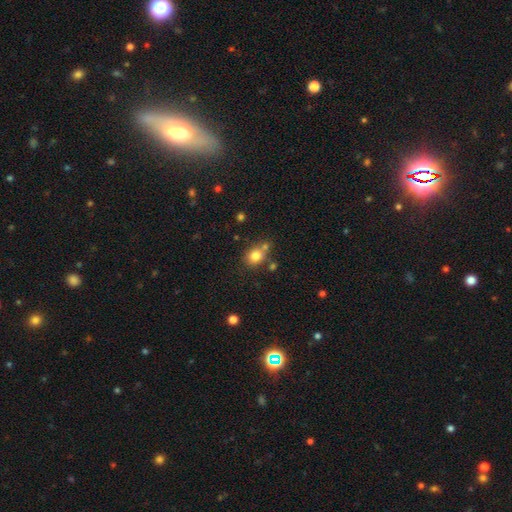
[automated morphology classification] This appears to be a smooth galaxy with no disk features (79%) that is round (62%). Merging: none (60%).